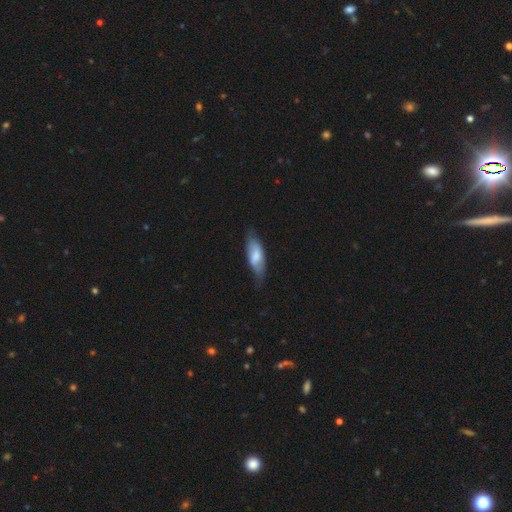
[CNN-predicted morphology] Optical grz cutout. It shows a smooth galaxy with no disk features (62%) that is in between round and cigar-shaped (70%). Merging: none (60%).